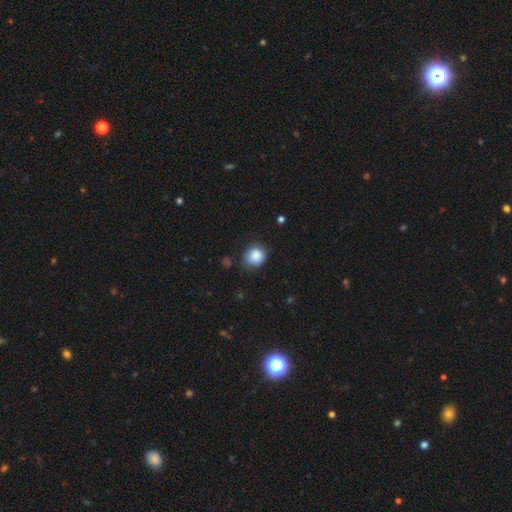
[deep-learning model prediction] Morphology: type=smooth (87%); roundness=round (83%); merging=none (72%).